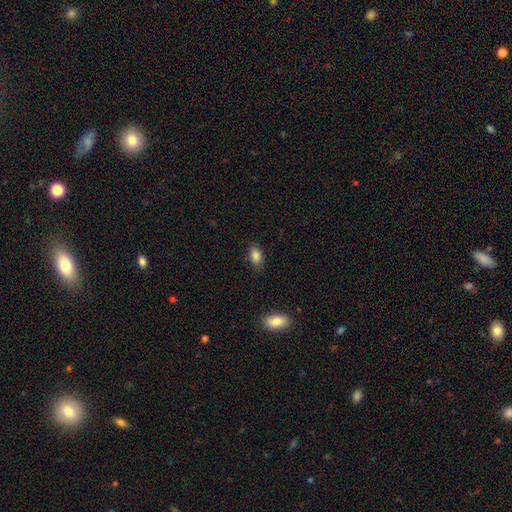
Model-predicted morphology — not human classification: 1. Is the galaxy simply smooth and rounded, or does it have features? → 86% smooth, 9% star or artifact, 5% featured or disk.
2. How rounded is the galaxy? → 89% in between, 9% round, 3% cigar-shaped.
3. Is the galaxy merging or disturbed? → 83% none, 13% minor disturbance, 3% major disturbance, 1% merger.